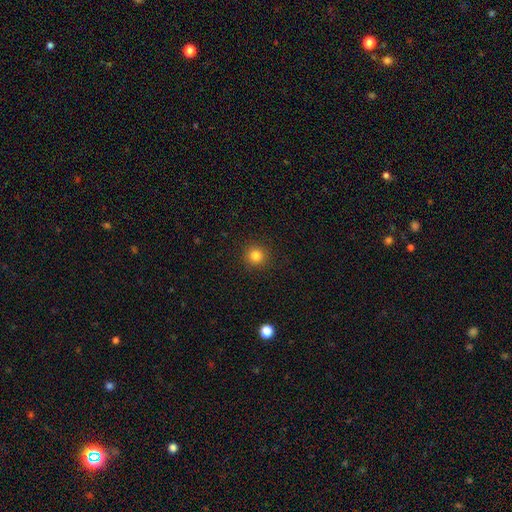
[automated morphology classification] smooth 83%, star or artifact 13%, featured or disk 5%. Down the decision tree: how rounded — round (94%); merging — none (91%).